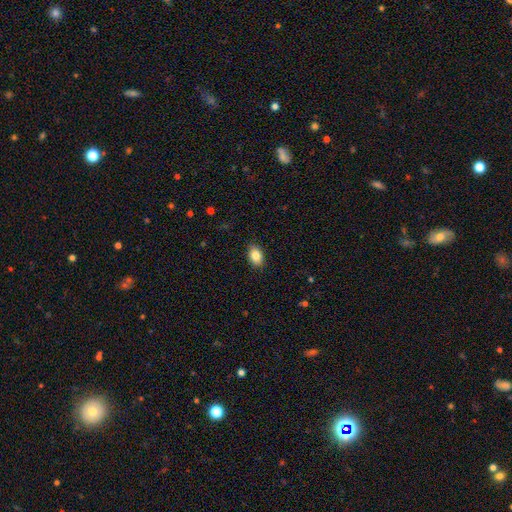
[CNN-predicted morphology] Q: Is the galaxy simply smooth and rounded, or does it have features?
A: smooth — 86%.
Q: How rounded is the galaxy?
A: in between — 86%.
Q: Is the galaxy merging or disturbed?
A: none — 88%.